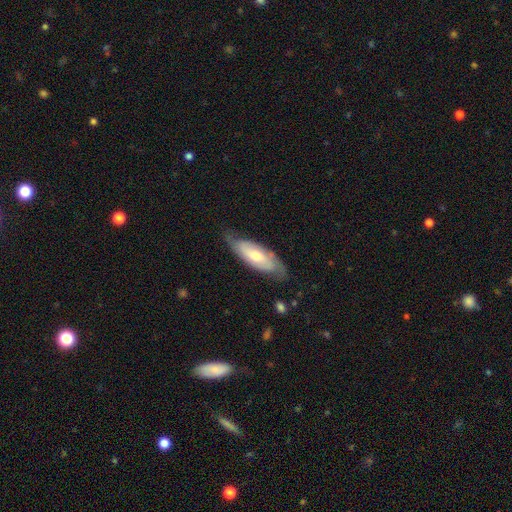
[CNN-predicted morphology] This appears to be a featured or disk galaxy (54%). Merging: none (68%).